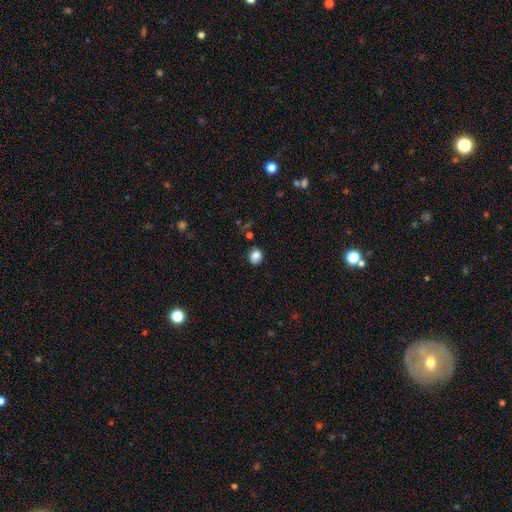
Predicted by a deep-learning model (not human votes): A smooth galaxy with no disk features (83%) that is round (69%). Merging: none (78%).